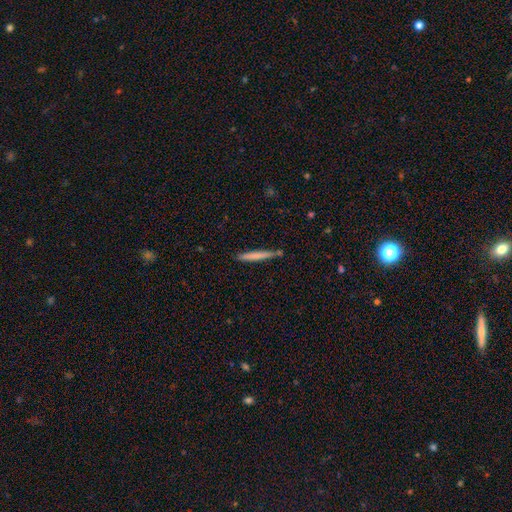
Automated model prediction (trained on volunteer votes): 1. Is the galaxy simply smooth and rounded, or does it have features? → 71% smooth, 24% featured or disk, 6% star or artifact.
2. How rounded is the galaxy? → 96% cigar-shaped, 3% in between, 1% round.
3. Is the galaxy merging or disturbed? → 81% none, 12% minor disturbance, 4% merger, 2% major disturbance.